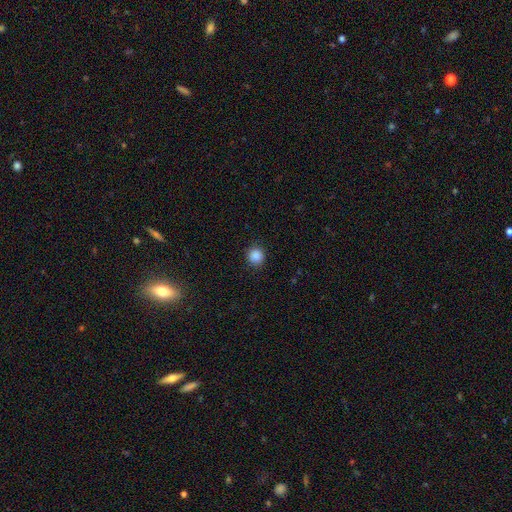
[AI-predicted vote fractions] Q: Smooth or featured?
A: smooth (87%); runner-up: star or artifact (10%)
Q: How rounded?
A: round (92%); runner-up: in between (7%)
Q: Merging?
A: none (90%); runner-up: minor disturbance (7%)